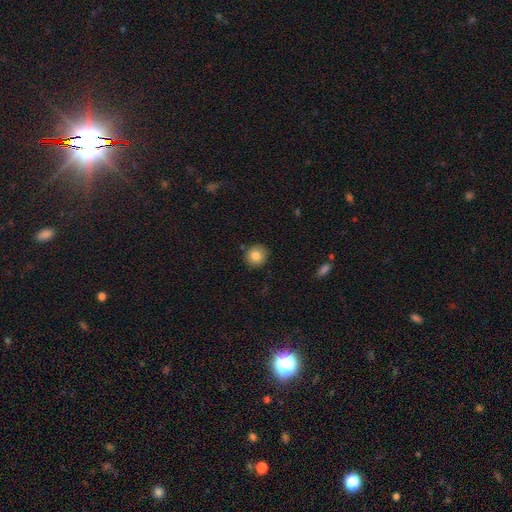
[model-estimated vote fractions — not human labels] Smooth or featured?
  - smooth: 83% *
  - star or artifact: 9%
  - featured or disk: 8%
How rounded?
  - round: 92% *
  - in between: 8%
  - cigar-shaped: 1%
Merging?
  - none: 88% *
  - minor disturbance: 8%
  - major disturbance: 2%
  - merger: 2%